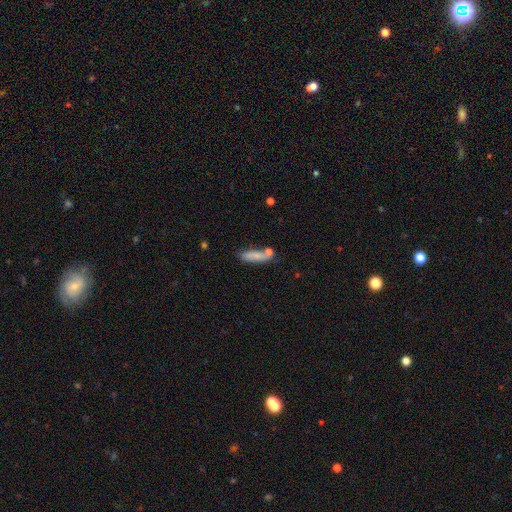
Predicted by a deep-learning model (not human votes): Smooth or featured? Predicted: smooth (p=0.76). How rounded? Predicted: cigar-shaped (p=0.59). Merging? Predicted: none (p=0.57).